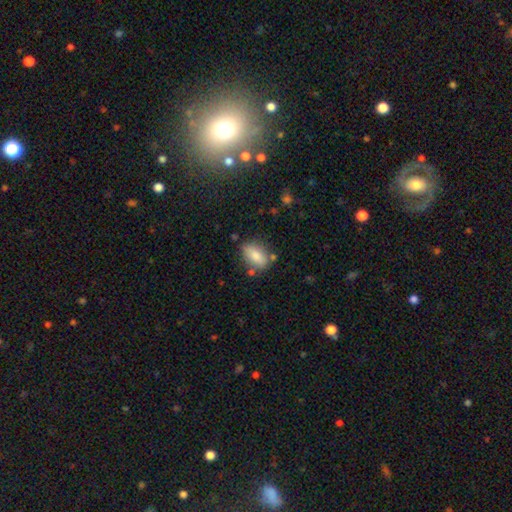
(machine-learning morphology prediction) Q: Smooth or featured?
A: smooth (80%); runner-up: featured or disk (13%)
Q: How rounded?
A: in between (86%); runner-up: round (8%)
Q: Merging?
A: none (71%); runner-up: minor disturbance (18%)